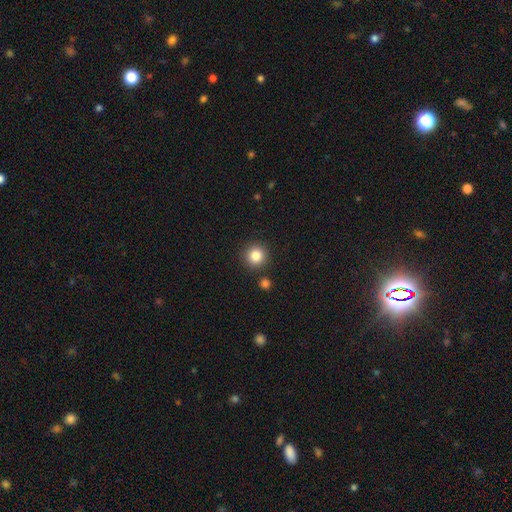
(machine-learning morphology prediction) smooth_or_featured: smooth (p=0.84) [alt: star or artifact p=0.11]
how_rounded: round (p=0.94) [alt: in between p=0.05]
merging: none (p=0.87) [alt: minor disturbance p=0.06]